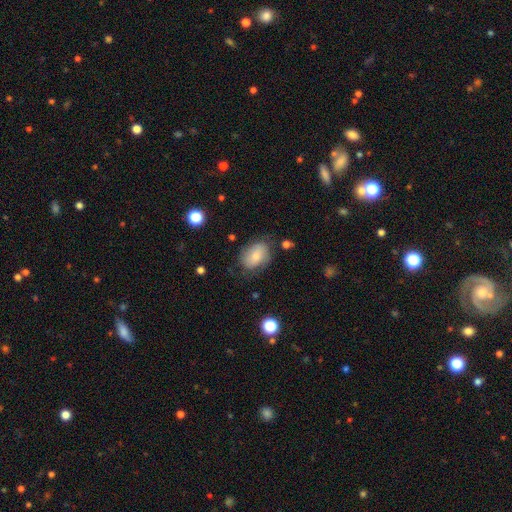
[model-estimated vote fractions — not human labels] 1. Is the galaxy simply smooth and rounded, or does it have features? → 71% smooth, 21% featured or disk, 8% star or artifact.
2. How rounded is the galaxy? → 76% in between, 22% round, 1% cigar-shaped.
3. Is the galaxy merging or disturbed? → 65% none, 24% minor disturbance, 9% major disturbance, 2% merger.